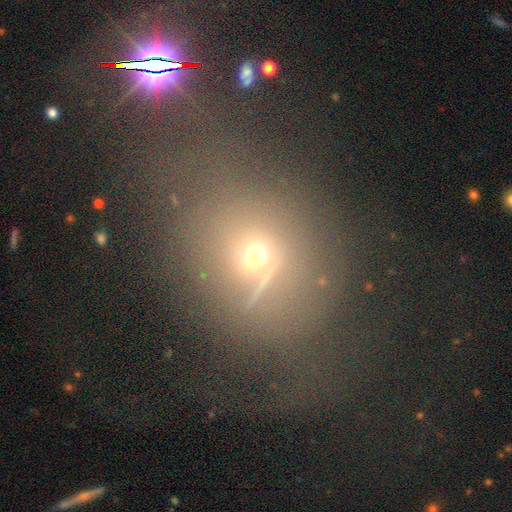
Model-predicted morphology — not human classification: This is possibly a smooth galaxy (46%). Merging: marginally none (44%).